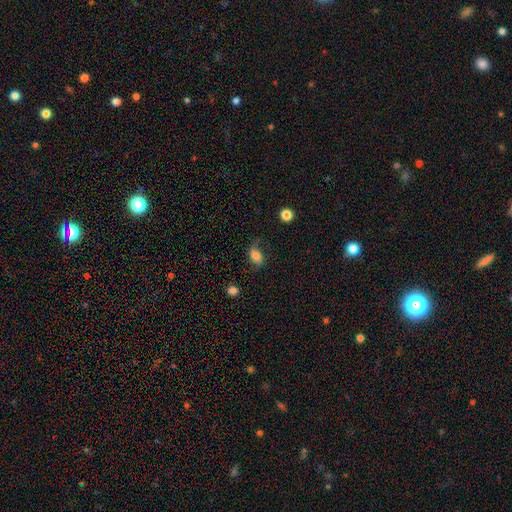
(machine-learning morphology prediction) This is likely a smooth galaxy (74%). How rounded: clearly in between (86%). Merging: likely none (61%).